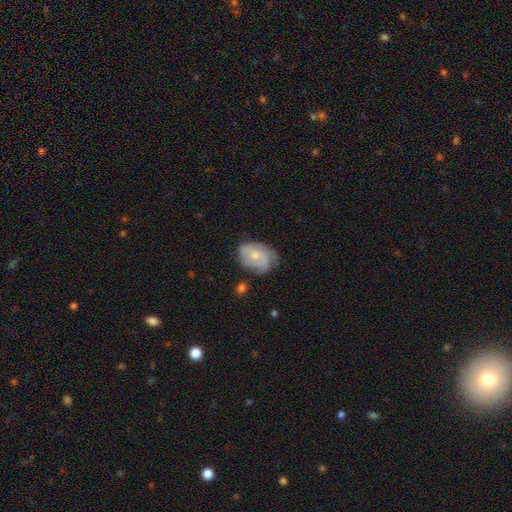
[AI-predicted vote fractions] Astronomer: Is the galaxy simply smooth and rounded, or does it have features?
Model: smooth — 47% (runner-up: featured or disk, 45%).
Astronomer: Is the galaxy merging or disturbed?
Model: none — 53% (runner-up: minor disturbance, 31%).